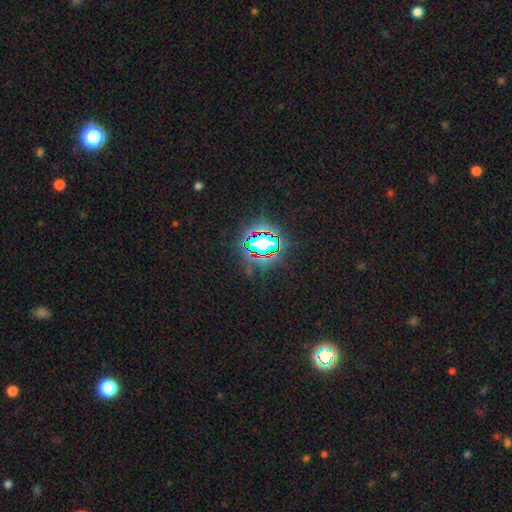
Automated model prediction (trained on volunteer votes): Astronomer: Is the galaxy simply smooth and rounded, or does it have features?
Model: star or artifact — 82%.